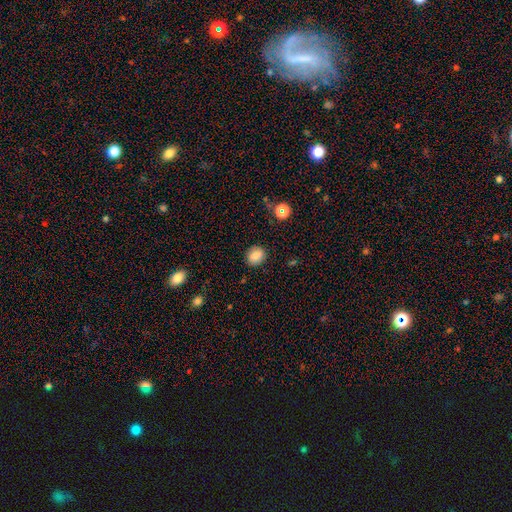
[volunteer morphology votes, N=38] A smooth galaxy with no disk features (74%) that is round (82%). Merging: none (80%).